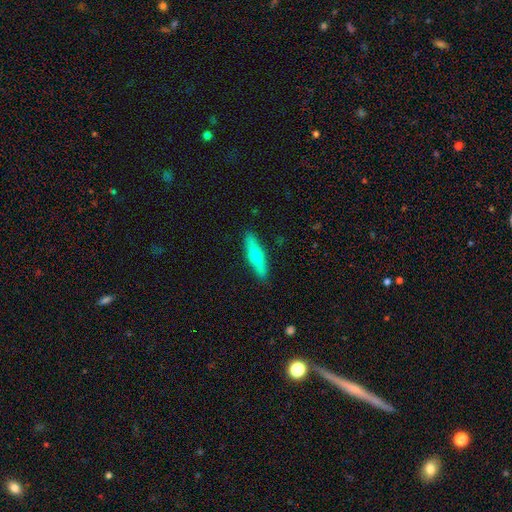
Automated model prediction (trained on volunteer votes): Morphology: type=smooth (54%); roundness=cigar-shaped (74%); merging=none (89%).